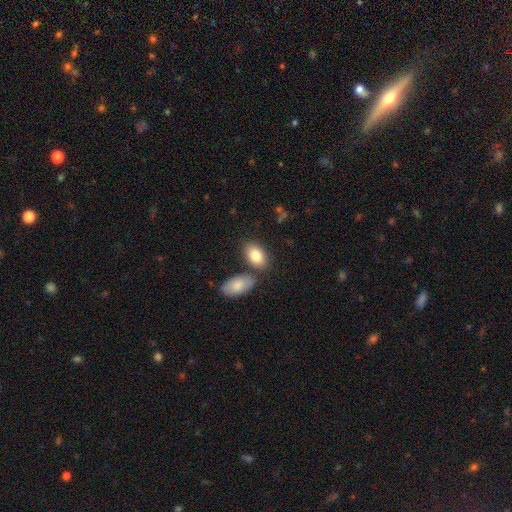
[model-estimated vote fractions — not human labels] Morphology: type=smooth (82%); roundness=in between (92%); merging=none (66%).